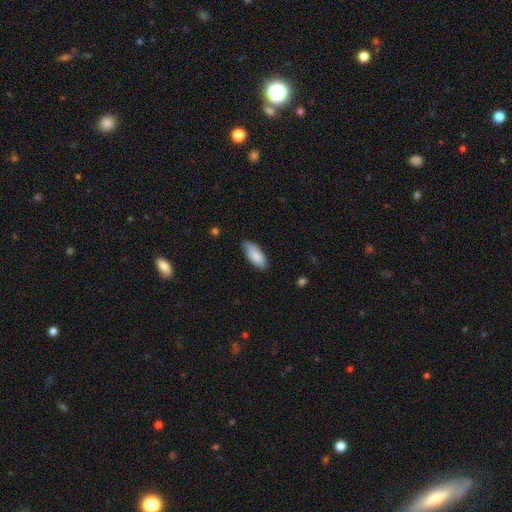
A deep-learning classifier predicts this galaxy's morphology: Smooth or featured: smooth — 88% (featured or disk — 6%)
How rounded: in between — 81% (cigar-shaped — 18%)
Merging: none — 77% (minor disturbance — 19%)